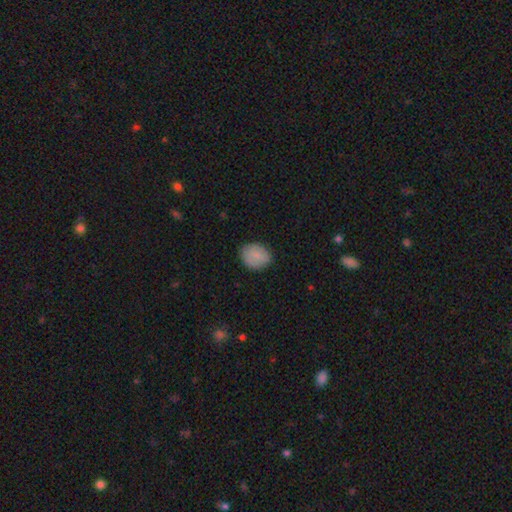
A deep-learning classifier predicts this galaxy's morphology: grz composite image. It shows a smooth galaxy with no disk features (83%) that is round (54%). Merging: none (81%).